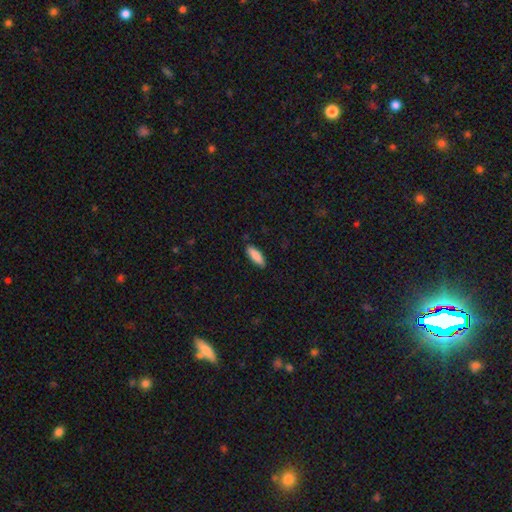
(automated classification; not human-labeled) This is clearly a smooth galaxy (87%). How rounded: likely in between (62%). Merging: clearly none (87%).